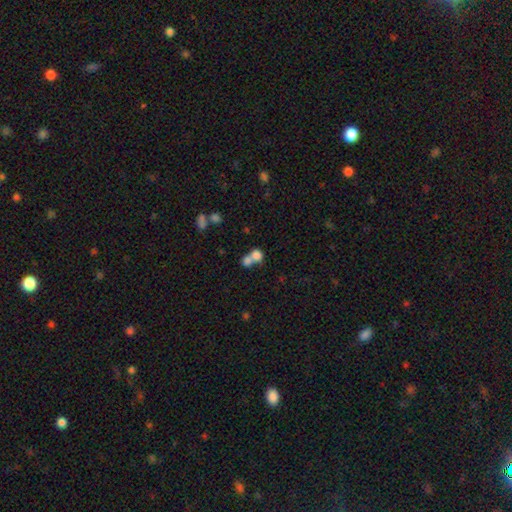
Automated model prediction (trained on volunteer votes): Overall: smooth (74%). How rounded: round (70%). Merging: merger (60%; none 30%).